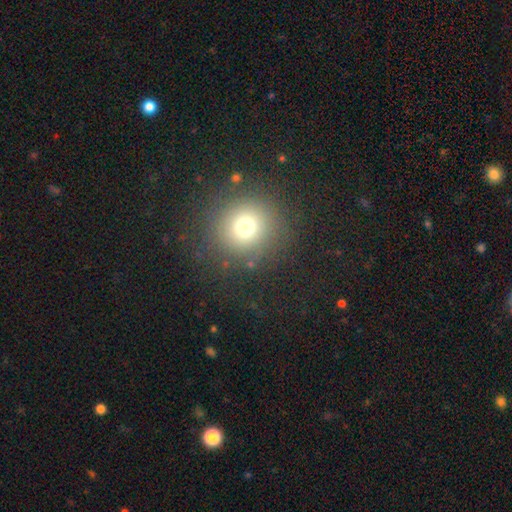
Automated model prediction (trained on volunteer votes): smooth 68%, star or artifact 23%, featured or disk 9%. Down the decision tree: how rounded — round (92%); merging — none (87%).